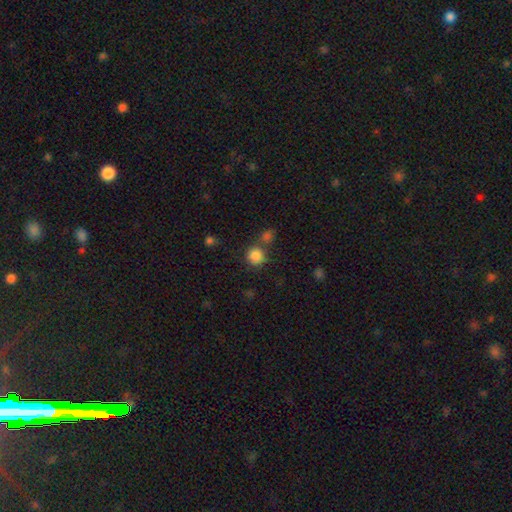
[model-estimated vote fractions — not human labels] smooth_or_featured: smooth (p=0.85) [alt: star or artifact p=0.10]
how_rounded: round (p=0.92) [alt: in between p=0.07]
merging: none (p=0.68) [alt: merger p=0.18]